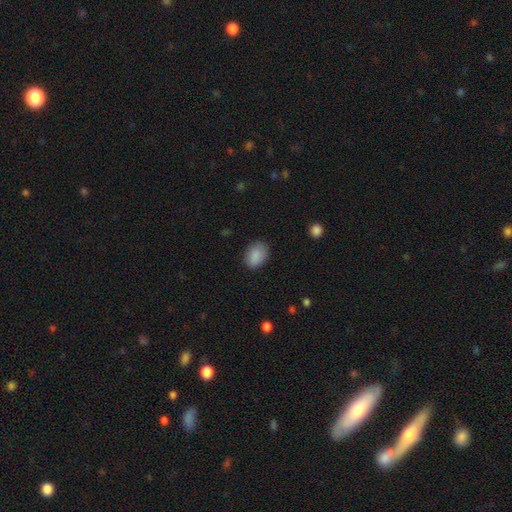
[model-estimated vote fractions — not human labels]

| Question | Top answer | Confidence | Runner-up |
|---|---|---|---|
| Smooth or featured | smooth | 88% | star or artifact (8%) |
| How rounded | in between | 79% | round (20%) |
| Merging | none | 83% | minor disturbance (13%) |